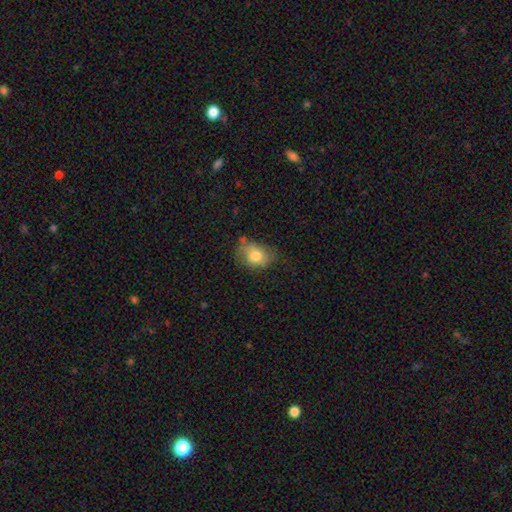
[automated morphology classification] A smooth galaxy with no disk features (75%) that is in between round and cigar-shaped (64%).

Vote fractions:
- Smooth or featured? smooth: 75% / featured or disk: 16% / star or artifact: 8%
- How rounded? in between: 64% / round: 35% / cigar-shaped: 1%
- Merging? none: 50% / minor disturbance: 33% / major disturbance: 13% / merger: 4%